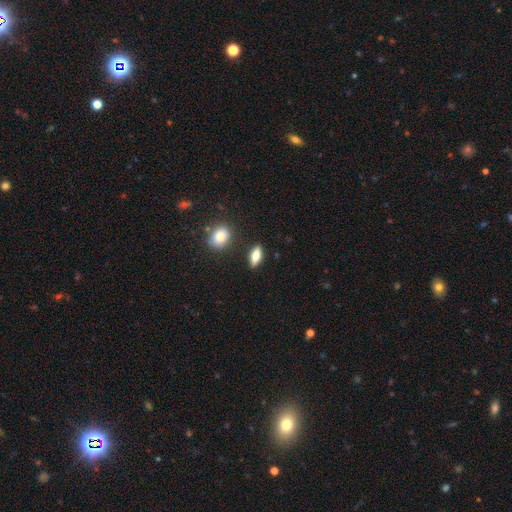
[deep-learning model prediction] Overall: smooth (69%). How rounded: in between (66%; cigar-shaped 29%). Merging: none (85%).